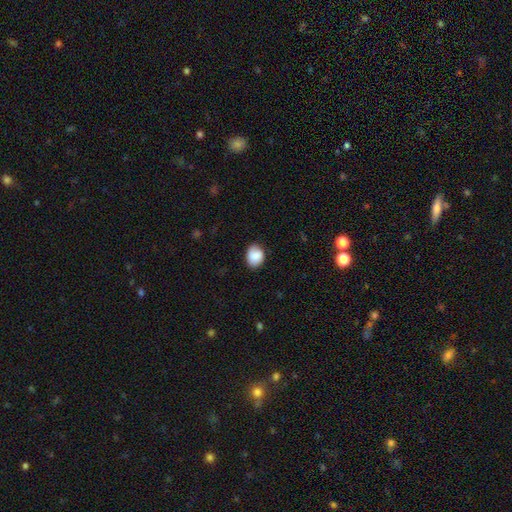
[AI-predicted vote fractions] Q: Smooth or featured?
A: smooth (85%); runner-up: star or artifact (8%)
Q: How rounded?
A: in between (54%); runner-up: round (45%)
Q: Merging?
A: none (77%); runner-up: minor disturbance (18%)